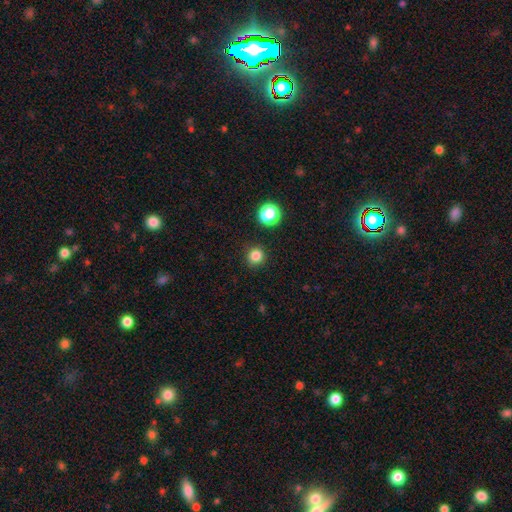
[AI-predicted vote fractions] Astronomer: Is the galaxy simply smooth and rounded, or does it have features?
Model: smooth — 82%.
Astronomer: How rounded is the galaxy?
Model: round — 93%.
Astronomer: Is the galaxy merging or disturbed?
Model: none — 90%.